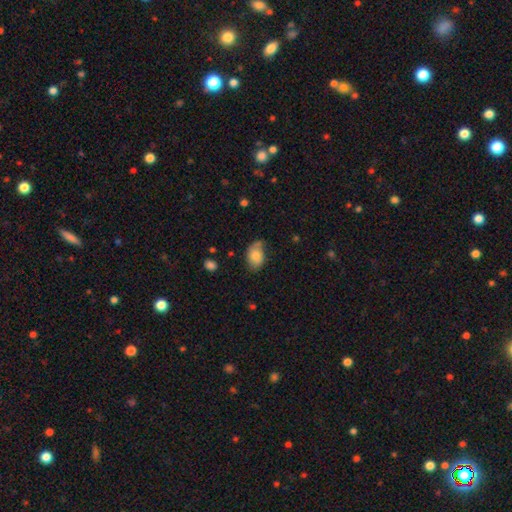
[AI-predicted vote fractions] Q: Smooth or featured?
A: smooth (70%); runner-up: featured or disk (22%)
Q: How rounded?
A: in between (86%); runner-up: round (13%)
Q: Merging?
A: none (58%); runner-up: minor disturbance (31%)